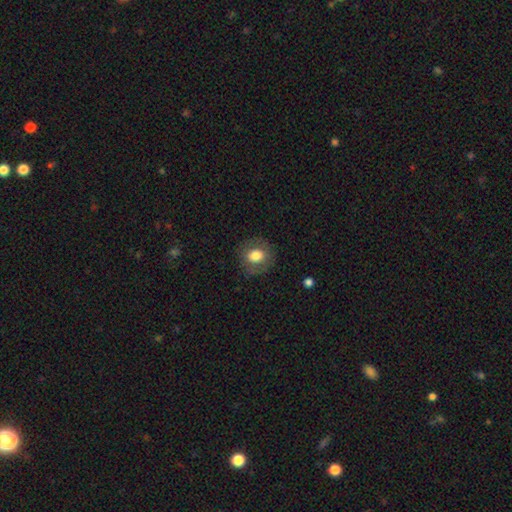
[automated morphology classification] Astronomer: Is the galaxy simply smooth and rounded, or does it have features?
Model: smooth — 73%.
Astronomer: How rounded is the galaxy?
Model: round — 72%.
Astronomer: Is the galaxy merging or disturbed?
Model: none — 83%.